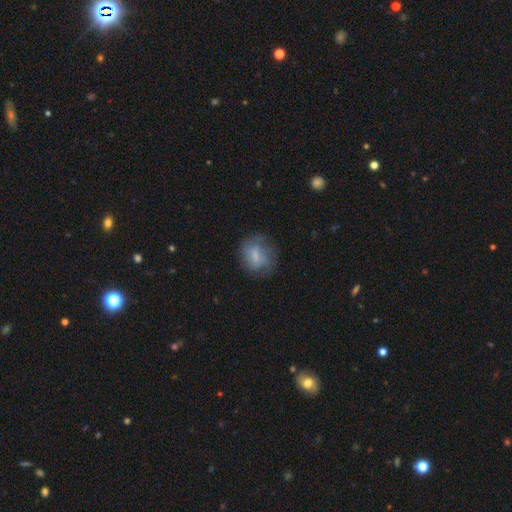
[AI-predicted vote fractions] smooth_or_featured: smooth (p=0.67) [alt: featured or disk p=0.23]
how_rounded: round (p=0.65) [alt: in between p=0.34]
merging: none (p=0.62) [alt: minor disturbance p=0.23]